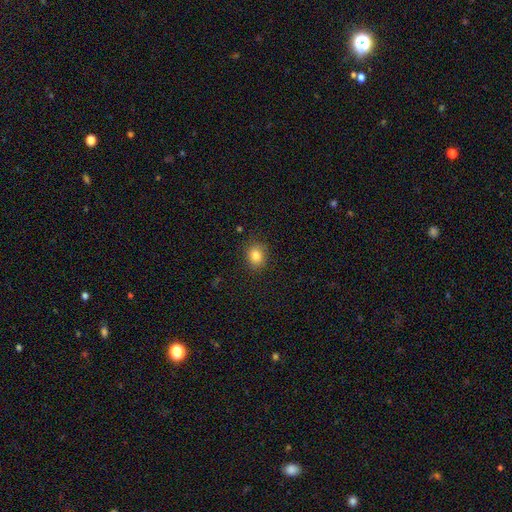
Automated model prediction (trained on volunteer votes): Overall: smooth (83%). How rounded: round (71%). Merging: none (86%).